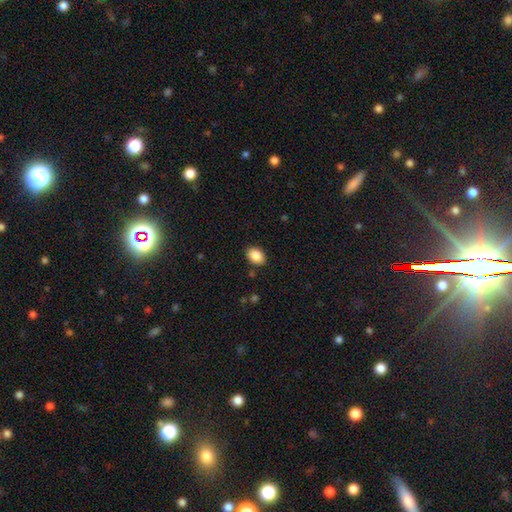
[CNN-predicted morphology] A smooth galaxy with no disk features (88%) that is in between round and cigar-shaped (80%). Merging: none (87%).